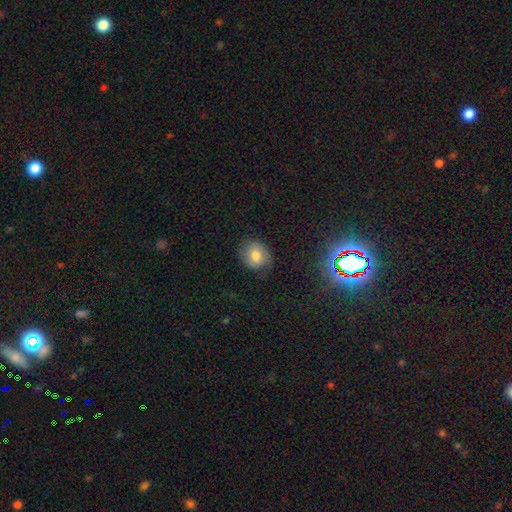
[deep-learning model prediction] Q: Smooth or featured?
A: smooth (65%); runner-up: featured or disk (25%)
Q: How rounded?
A: round (69%); runner-up: in between (30%)
Q: Merging?
A: none (74%); runner-up: minor disturbance (18%)